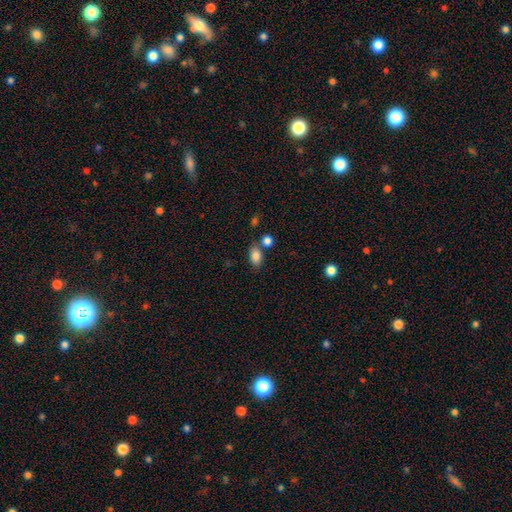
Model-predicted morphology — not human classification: Smooth or featured? smooth (85%)
How rounded? in between (85%)
Merging? none (69%)